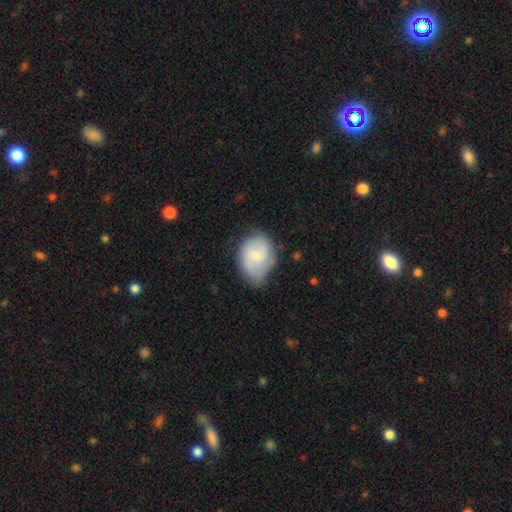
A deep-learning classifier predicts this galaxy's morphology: smooth 51%, featured or disk 43%, star or artifact 7%. Down the decision tree: how rounded — in between (58%); merging — none (53%).